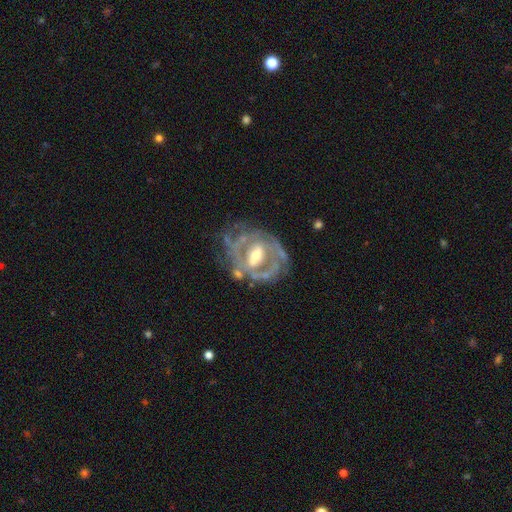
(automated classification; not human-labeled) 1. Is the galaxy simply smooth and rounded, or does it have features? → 83% featured or disk, 11% smooth, 6% star or artifact.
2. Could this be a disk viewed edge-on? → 96% no, 4% yes.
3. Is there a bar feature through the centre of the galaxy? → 42% weak, 32% strong, 25% no.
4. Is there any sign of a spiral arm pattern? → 69% yes, 31% no.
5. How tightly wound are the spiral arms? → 53% tight, 34% medium, 13% loose.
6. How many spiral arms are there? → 38% 2, 37% can't tell, 10% 3, 7% 1, 4% 4, 3% more than 4.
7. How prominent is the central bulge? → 64% moderate, 26% small, 7% large, 1% none, 1% dominant.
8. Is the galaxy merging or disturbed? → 55% none, 23% minor disturbance, 17% major disturbance, 5% merger.